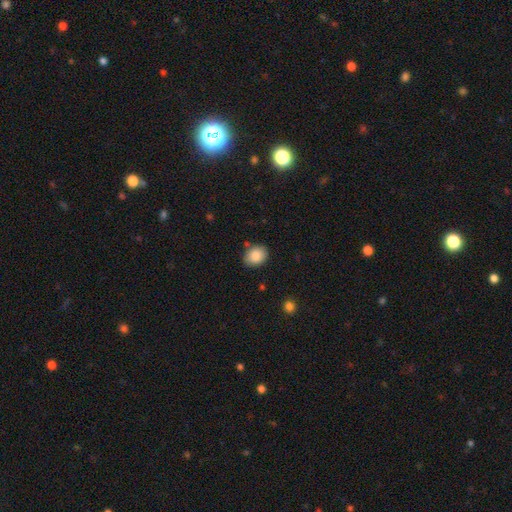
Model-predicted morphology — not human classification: smooth-or-featured: smooth: 88% | star or artifact: 8% | featured or disk: 5%
  how-rounded: in between: 56% | round: 43% | cigar-shaped: 1%
  merging: none: 80% | minor disturbance: 14% | merger: 4% | major disturbance: 3%